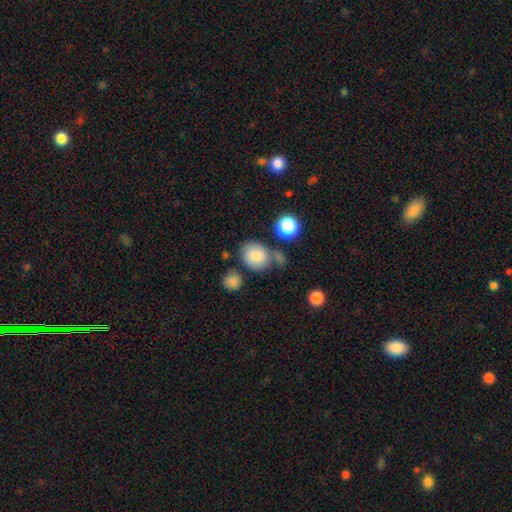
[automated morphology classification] Smooth or featured: smooth — 81% (featured or disk — 10%)
How rounded: round — 56% (in between — 43%)
Merging: none — 58% (merger — 18%)